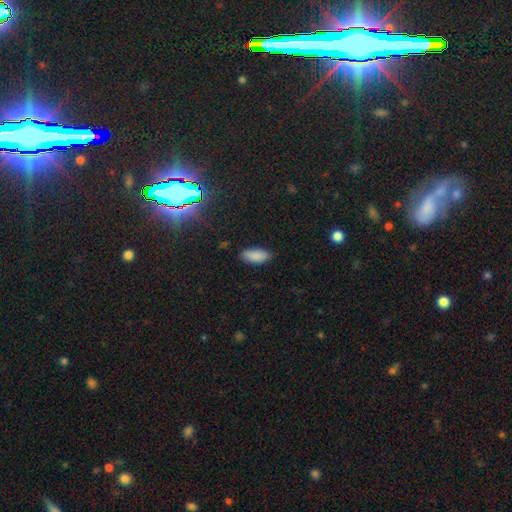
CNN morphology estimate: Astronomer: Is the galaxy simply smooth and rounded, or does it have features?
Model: smooth — 87%.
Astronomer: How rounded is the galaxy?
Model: in between — 88%.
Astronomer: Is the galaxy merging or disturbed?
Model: none — 85%.